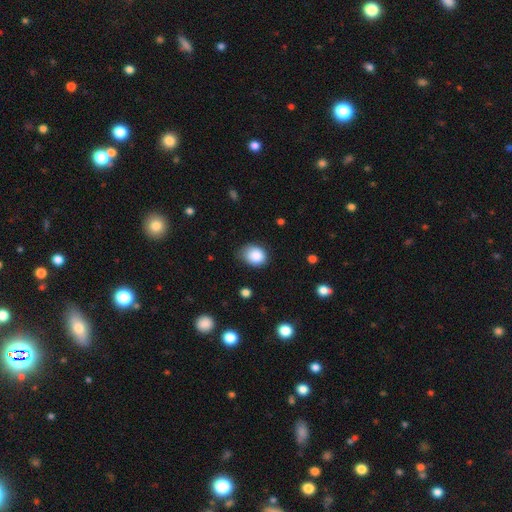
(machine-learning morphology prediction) The model was most divided on "how rounded": in between: 50%, round: 49%, cigar-shaped: 1%. More confident: smooth or featured — smooth (87%); merging — none (65%).